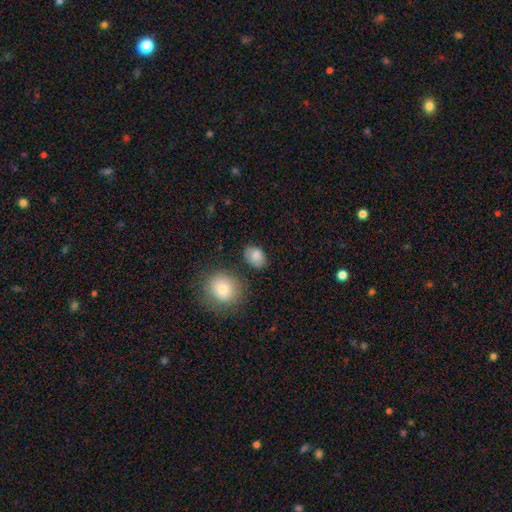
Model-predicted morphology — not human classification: type=smooth (84%); roundness=in between (77%); merging=none (77%).